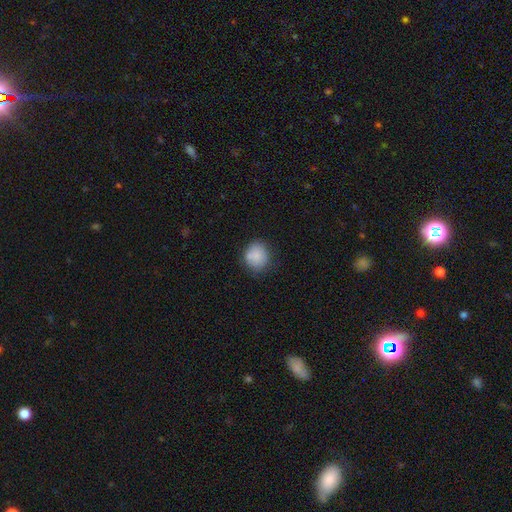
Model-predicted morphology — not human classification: A smooth galaxy with no disk features (83%) that is round (78%).

Vote fractions:
- Smooth or featured? smooth: 83% / featured or disk: 9% / star or artifact: 9%
- How rounded? round: 78% / in between: 21% / cigar-shaped: 1%
- Merging? none: 67% / minor disturbance: 18% / merger: 10% / major disturbance: 5%